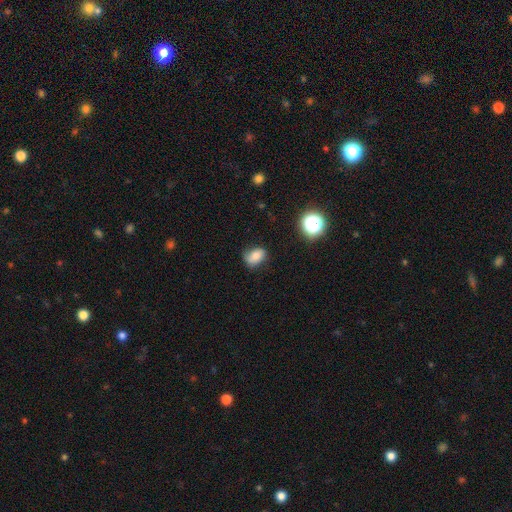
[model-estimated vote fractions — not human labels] This appears to be a smooth galaxy with no disk features (71%) that is in between round and cigar-shaped (72%). Merging: none (64%).